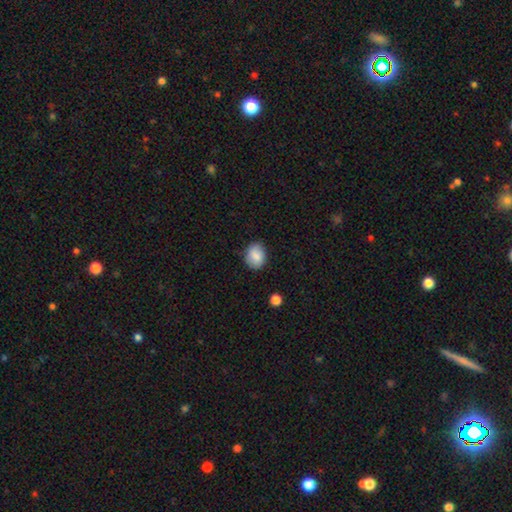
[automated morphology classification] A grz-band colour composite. It shows a smooth galaxy with no disk features (83%) that is in between round and cigar-shaped (52%). Merging: none (80%).